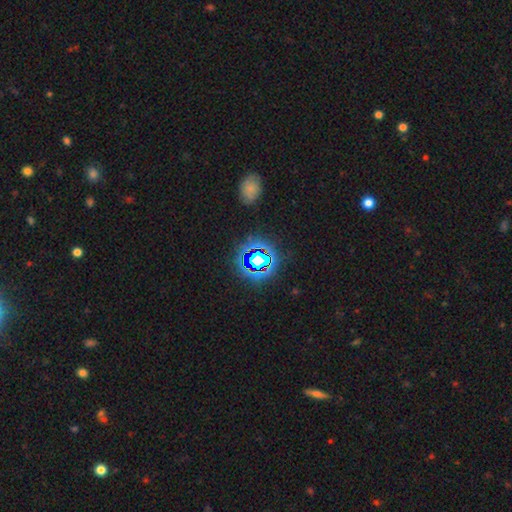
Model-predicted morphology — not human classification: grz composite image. It shows a star or artifact, not a galaxy (73%).